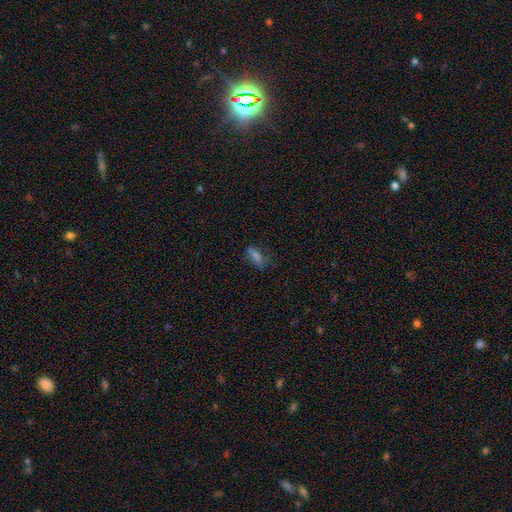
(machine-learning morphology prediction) Smooth or featured: smooth — 55% (star or artifact — 25%)
How rounded: in between — 63% (cigar-shaped — 30%)
Merging: none — 61% (minor disturbance — 23%)